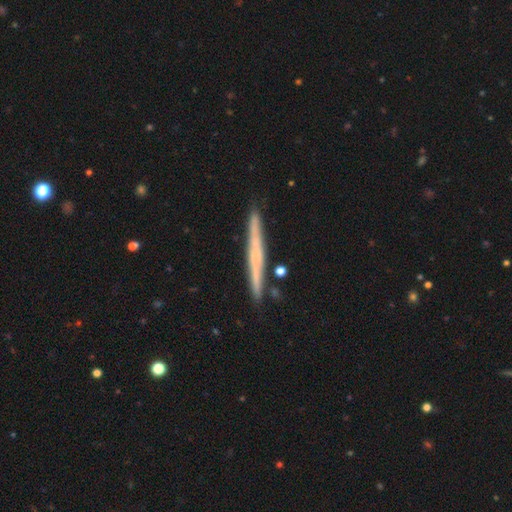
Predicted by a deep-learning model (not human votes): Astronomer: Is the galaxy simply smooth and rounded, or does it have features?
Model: featured or disk — 56% (runner-up: smooth, 38%).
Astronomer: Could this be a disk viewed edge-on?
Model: yes — 97%.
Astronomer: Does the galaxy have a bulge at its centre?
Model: none — 74%.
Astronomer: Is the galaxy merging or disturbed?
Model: none — 88%.